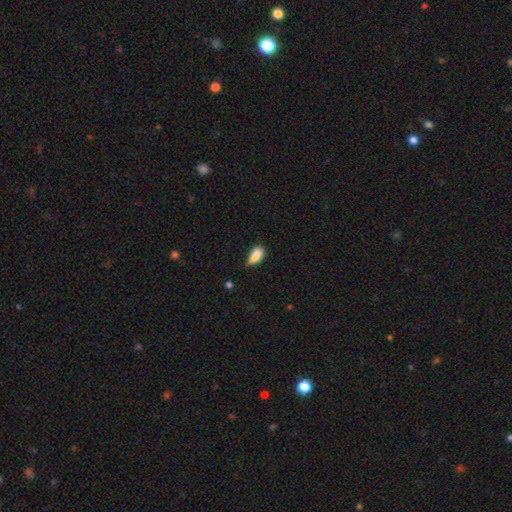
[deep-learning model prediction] Smooth or featured? Predicted: smooth (p=0.85). How rounded? Predicted: in between (p=0.89). Merging? Predicted: none (p=0.43).